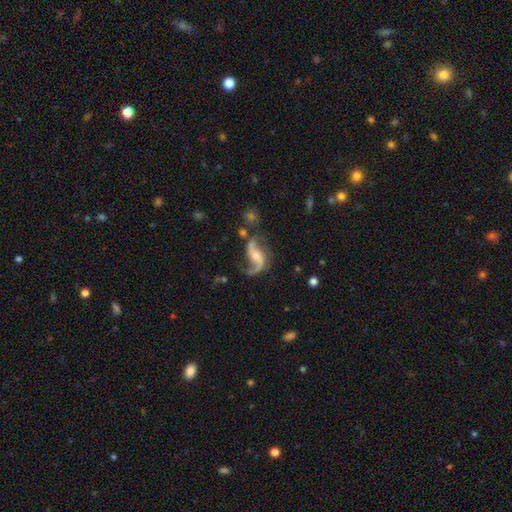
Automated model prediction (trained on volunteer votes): smooth-or-featured: featured or disk: 89% | smooth: 6% | star or artifact: 6%
  disk-edge-on: no: 97% | yes: 3%
    bar: no: 46% | weak: 34% | strong: 20%
    has-spiral-arms: yes: 96% | no: 4%
      spiral-winding: loose: 73% | medium: 22% | tight: 5%
      spiral-arm-count: 2: 88% | 1: 7% | can't tell: 2% | 3: 1% | 4: 1% | more than 4: 1%
    bulge-size: moderate: 51% | small: 42% | large: 3% | none: 3% | dominant: 1%
  merging: none: 61% | minor disturbance: 19% | major disturbance: 14% | merger: 6%